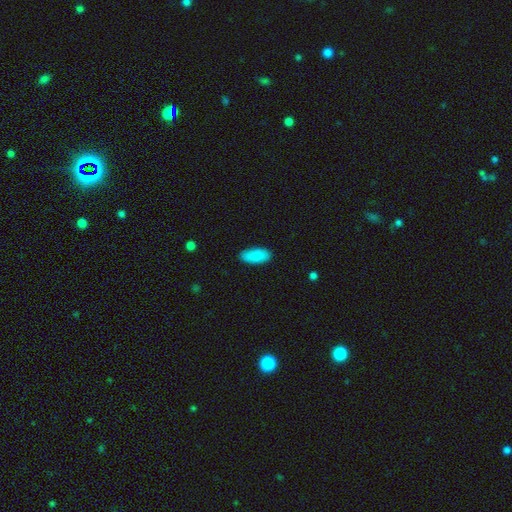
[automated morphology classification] smooth_or_featured: smooth (p=0.90) [alt: star or artifact p=0.06]
how_rounded: in between (p=0.89) [alt: cigar-shaped p=0.09]
merging: none (p=0.88) [alt: minor disturbance p=0.09]